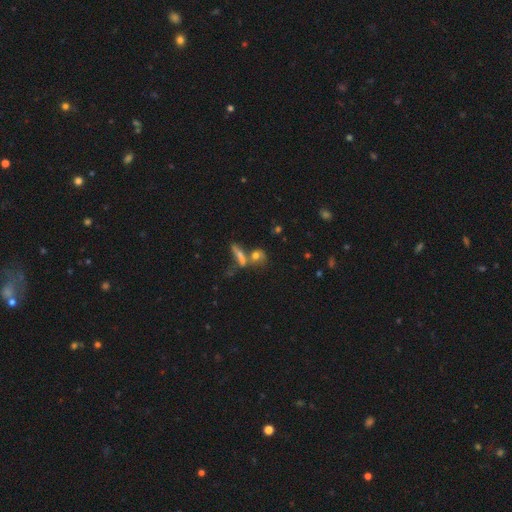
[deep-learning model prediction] The model was most divided on "merging": none: 42%, merger: 35%, minor disturbance: 12%, major disturbance: 10%. Remaining: smooth or featured — smooth (62%); how rounded — round (43%).